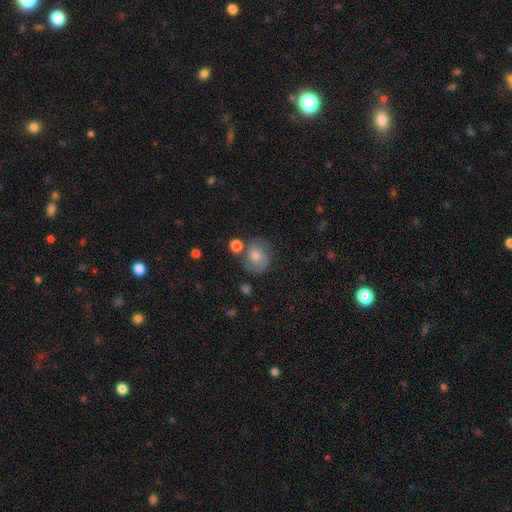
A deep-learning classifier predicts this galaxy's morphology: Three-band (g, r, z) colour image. It shows a smooth galaxy with no disk features (46%). Merging: none (61%).